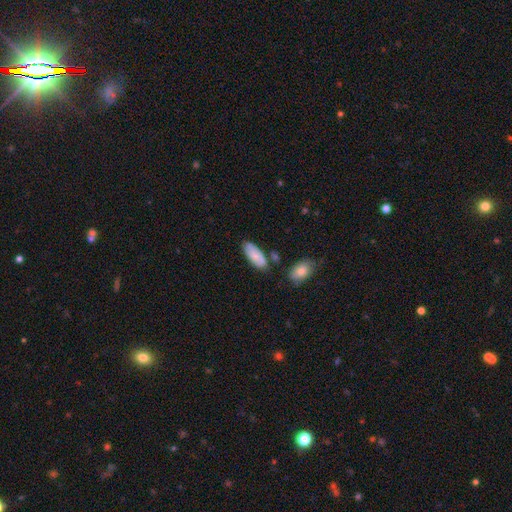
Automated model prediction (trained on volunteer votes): The model was most divided on "merging": none: 68%, minor disturbance: 19%, merger: 9%, major disturbance: 4%. More confident: how rounded — in between (86%); smooth or featured — smooth (77%).